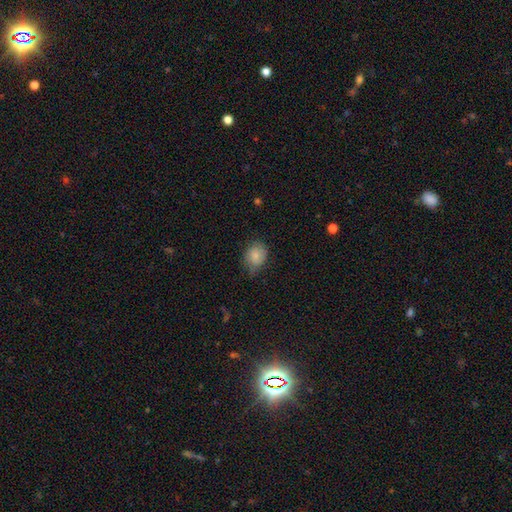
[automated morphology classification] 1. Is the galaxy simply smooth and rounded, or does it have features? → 81% smooth, 11% featured or disk, 8% star or artifact.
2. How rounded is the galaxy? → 53% in between, 46% round, 1% cigar-shaped.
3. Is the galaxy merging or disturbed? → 60% none, 32% minor disturbance, 7% major disturbance, 1% merger.